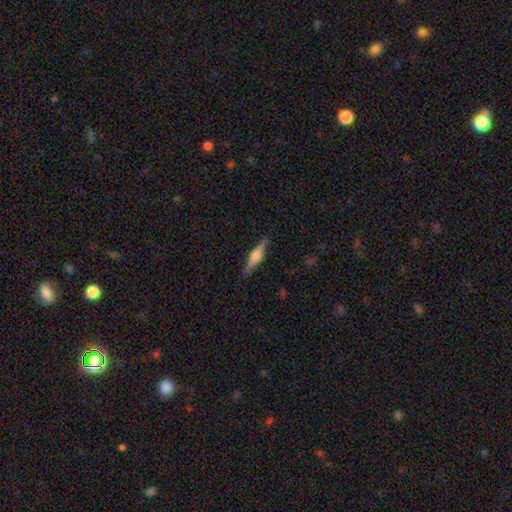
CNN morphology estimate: smooth_or_featured: featured or disk (p=0.58) [alt: smooth p=0.36]
disk_edge_on: yes (p=0.96) [alt: no p=0.04]
edge_on_bulge: rounded (p=0.83) [alt: boxy p=0.12]
merging: none (p=0.88) [alt: minor disturbance p=0.09]